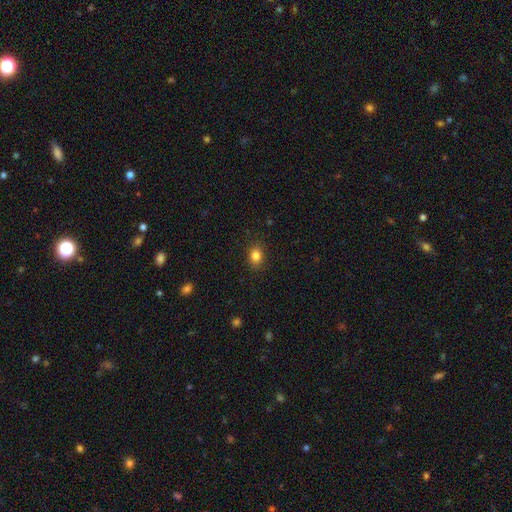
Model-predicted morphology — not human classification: Smooth or featured?
  - smooth: 83% *
  - star or artifact: 11%
  - featured or disk: 6%
How rounded?
  - in between: 58% *
  - round: 40%
  - cigar-shaped: 1%
Merging?
  - none: 88% *
  - minor disturbance: 9%
  - major disturbance: 2%
  - merger: 1%